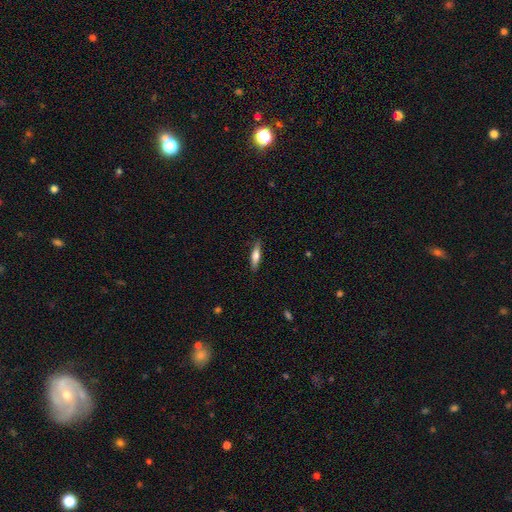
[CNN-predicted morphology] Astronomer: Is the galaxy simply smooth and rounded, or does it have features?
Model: smooth — 67%.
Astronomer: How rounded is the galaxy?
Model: cigar-shaped — 68%.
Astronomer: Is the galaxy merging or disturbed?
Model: none — 86%.